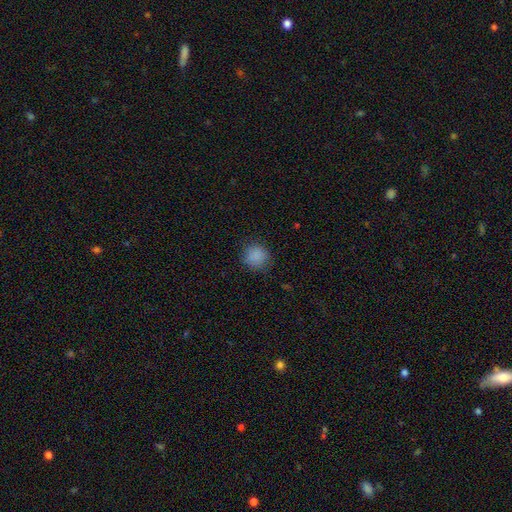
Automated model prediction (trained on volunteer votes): Smooth or featured: smooth — 86% (star or artifact — 10%)
How rounded: round — 87% (in between — 12%)
Merging: none — 83% (minor disturbance — 12%)